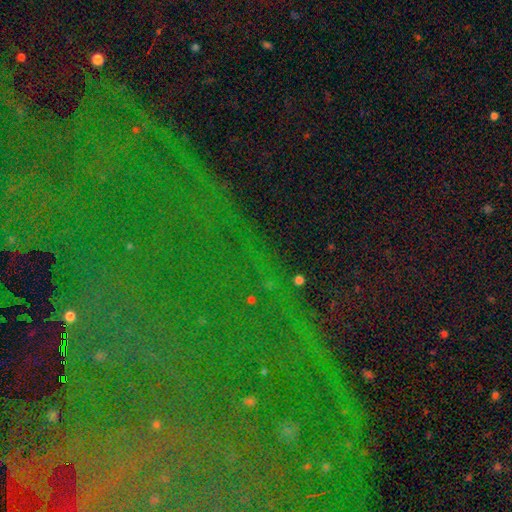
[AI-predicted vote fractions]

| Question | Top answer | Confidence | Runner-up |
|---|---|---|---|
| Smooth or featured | star or artifact | 84% | featured or disk (8%) |